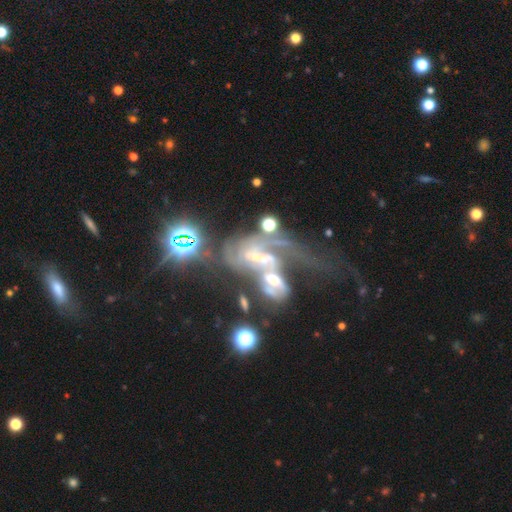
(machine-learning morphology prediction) A featured or disk galaxy (68%) with no bar (39%), spiral arms (76%) and a small central bulge (34%).

Vote fractions:
- Smooth or featured? featured or disk: 68% / star or artifact: 20% / smooth: 12%
- Edge-on disk? no: 94% / yes: 6%
- Bar? no: 39% / weak: 32% / strong: 30%
- Spiral arms? yes: 76% / no: 24%
- Bulge size? small: 34% / moderate: 33% / none: 23% / large: 8% / dominant: 3%
- Merging? merger: 52% / major disturbance: 28% / none: 12% / minor disturbance: 7%